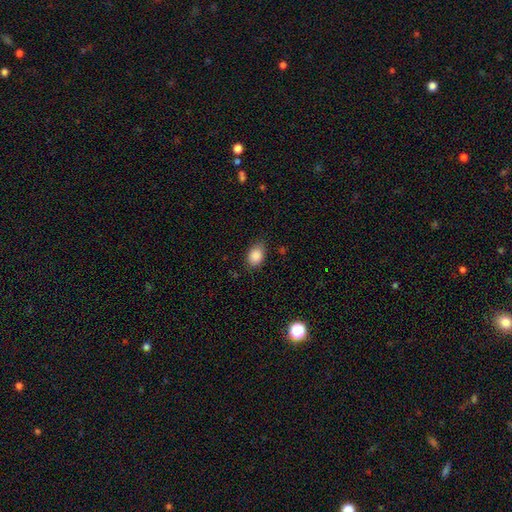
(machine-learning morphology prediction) The model was most divided on "how rounded": in between: 80%, round: 19%, cigar-shaped: 1%. More confident: smooth or featured — smooth (88%); merging — none (78%).